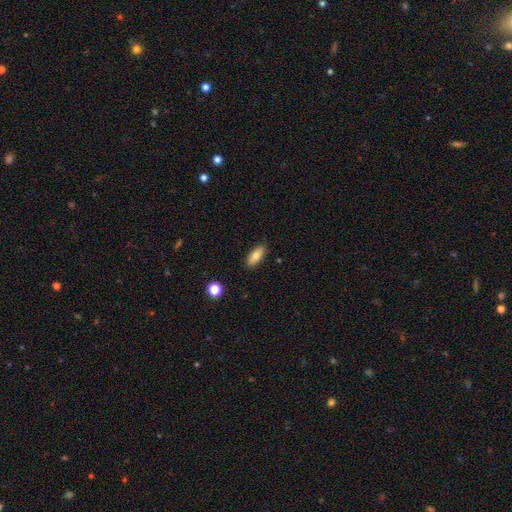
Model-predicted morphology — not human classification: This appears to be a smooth galaxy with no disk features (78%) that is in between round and cigar-shaped (82%). Merging: none (88%).